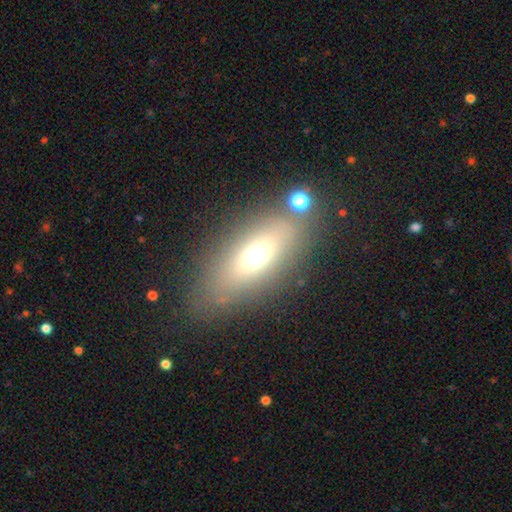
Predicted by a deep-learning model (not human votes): Q: Smooth or featured?
A: smooth (60%); runner-up: featured or disk (28%)
Q: How rounded?
A: in between (72%); runner-up: cigar-shaped (23%)
Q: Merging?
A: none (77%); runner-up: minor disturbance (12%)